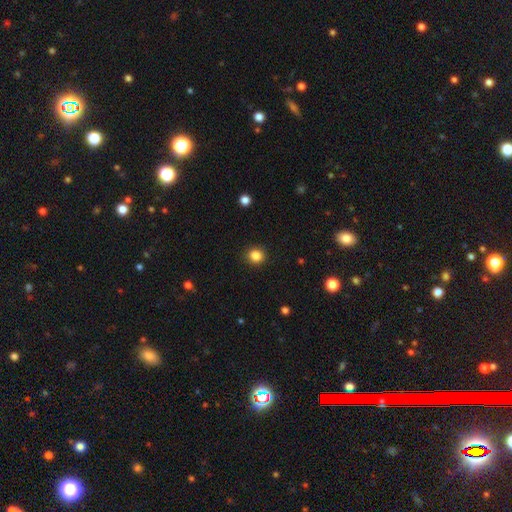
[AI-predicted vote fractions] A smooth galaxy with no disk features (85%) that is round (89%). Merging: none (91%).